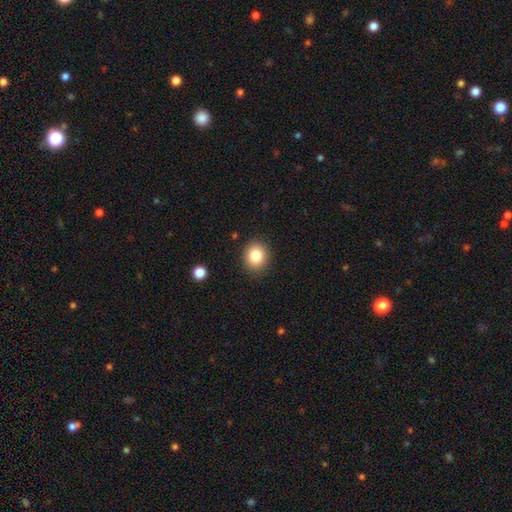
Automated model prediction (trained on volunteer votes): A smooth galaxy with no disk features (83%) that is round (73%).

Vote fractions:
- Smooth or featured? smooth: 83% / star or artifact: 10% / featured or disk: 7%
- How rounded? round: 73% / in between: 26% / cigar-shaped: 1%
- Merging? none: 89% / minor disturbance: 8% / major disturbance: 2% / merger: 1%